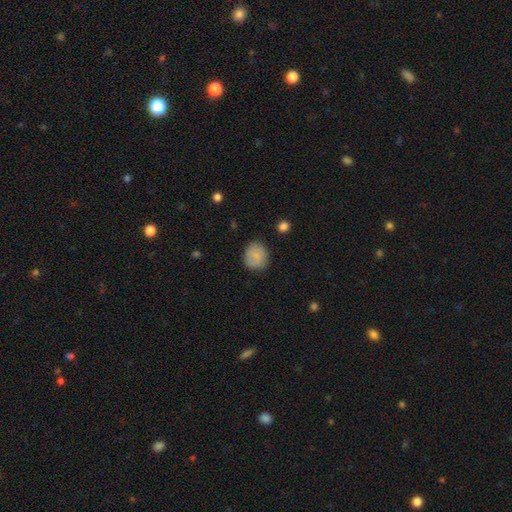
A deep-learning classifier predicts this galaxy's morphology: This appears to be a smooth galaxy with no disk features (83%) that is round (78%). Merging: none (80%).